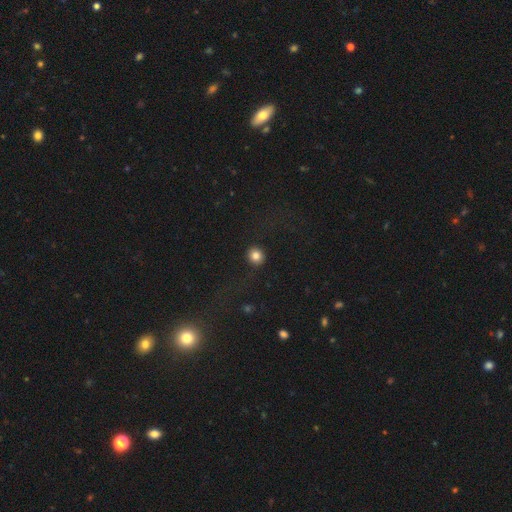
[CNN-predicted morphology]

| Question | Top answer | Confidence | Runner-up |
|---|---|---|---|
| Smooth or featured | smooth | 83% | star or artifact (11%) |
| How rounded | round | 89% | in between (10%) |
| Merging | none | 89% | minor disturbance (6%) |